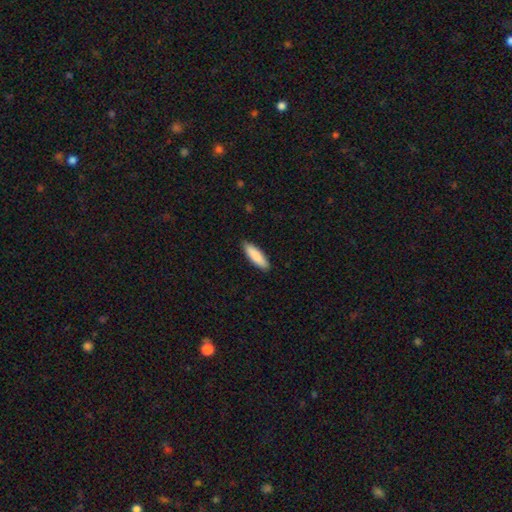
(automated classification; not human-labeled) smooth 87%, featured or disk 8%, star or artifact 5%. Down the decision tree: how rounded — cigar-shaped (55%); merging — none (89%).